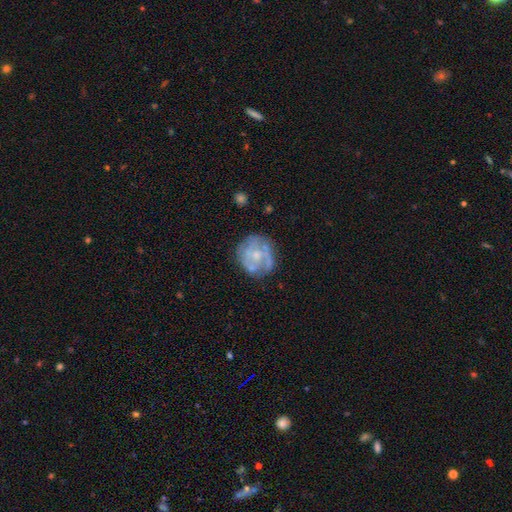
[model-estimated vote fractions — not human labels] Smooth or featured? featured or disk (68%)
Edge-on disk? no (98%)
Bar? no (80%)
Spiral arms? yes (56%)
Bulge size? small (56%)
Merging? none (63%)